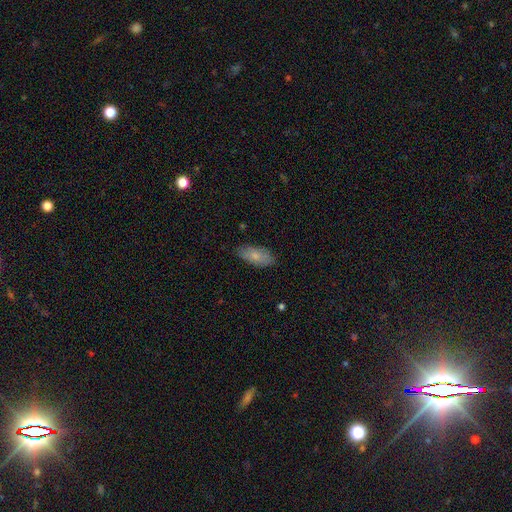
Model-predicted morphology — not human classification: Smooth or featured? smooth (78%)
How rounded? in between (89%)
Merging? none (82%)